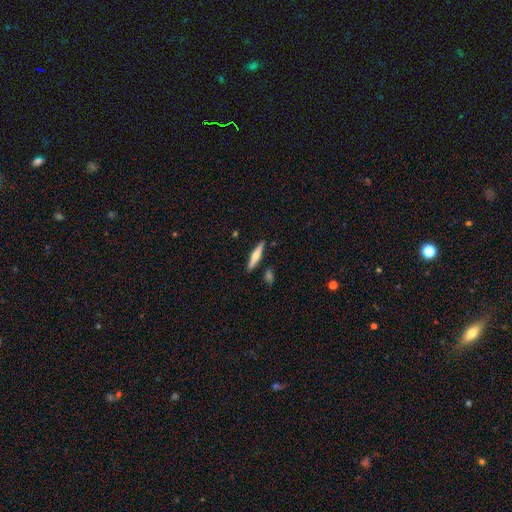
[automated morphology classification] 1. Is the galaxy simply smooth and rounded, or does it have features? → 58% featured or disk, 37% smooth, 6% star or artifact.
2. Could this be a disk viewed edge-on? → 97% yes, 3% no.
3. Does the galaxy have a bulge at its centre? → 90% rounded, 6% boxy, 5% none.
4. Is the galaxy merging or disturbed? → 87% none, 8% minor disturbance, 4% merger, 2% major disturbance.